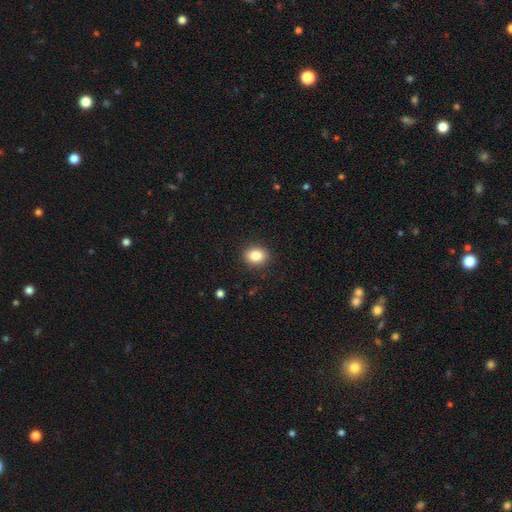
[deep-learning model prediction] Smooth or featured?
  - smooth: 84% *
  - star or artifact: 10%
  - featured or disk: 6%
How rounded?
  - round: 62% *
  - in between: 37%
  - cigar-shaped: 1%
Merging?
  - none: 90% *
  - minor disturbance: 7%
  - major disturbance: 2%
  - merger: 1%